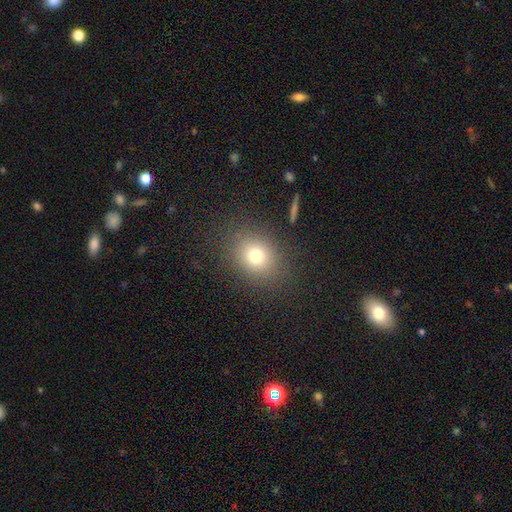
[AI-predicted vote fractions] A smooth galaxy with no disk features (75%) that is round (66%).

Vote fractions:
- Smooth or featured? smooth: 75% / star or artifact: 14% / featured or disk: 10%
- How rounded? round: 66% / in between: 33% / cigar-shaped: 1%
- Merging? none: 85% / minor disturbance: 9% / major disturbance: 5% / merger: 2%